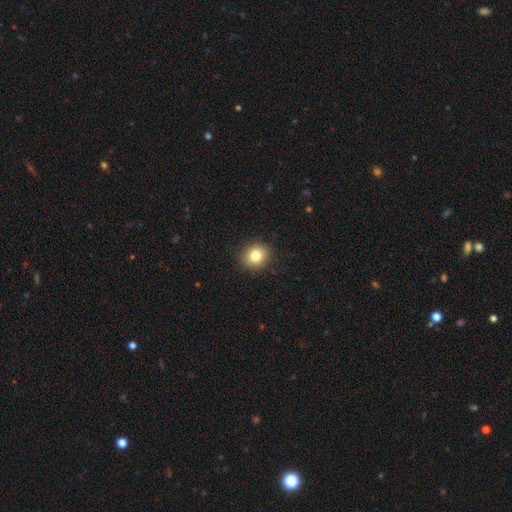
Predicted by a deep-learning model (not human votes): Smooth or featured? Predicted: smooth (p=0.83). How rounded? Predicted: round (p=0.74). Merging? Predicted: none (p=0.90).